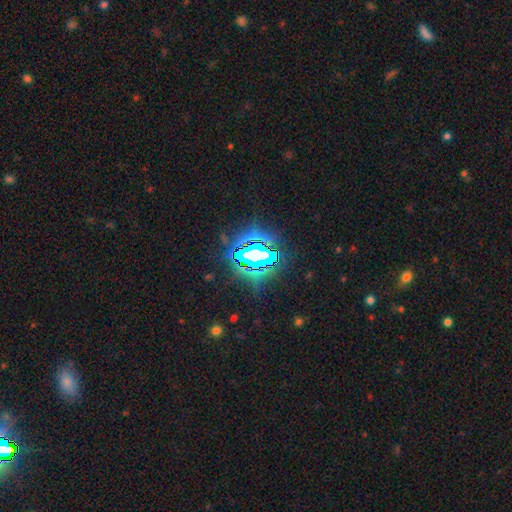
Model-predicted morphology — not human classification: type=star or artifact (78%).